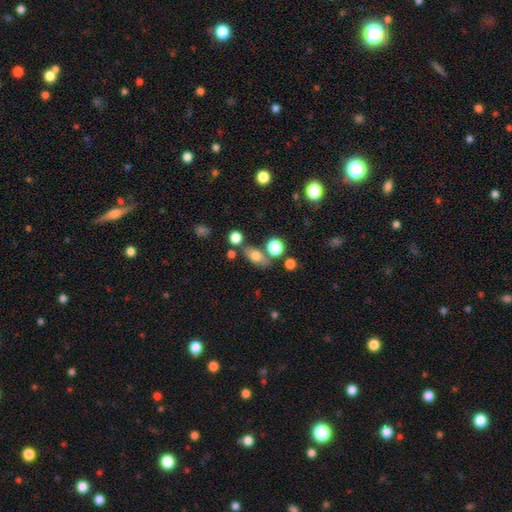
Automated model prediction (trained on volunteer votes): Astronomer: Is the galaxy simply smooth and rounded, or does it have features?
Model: smooth — 71%.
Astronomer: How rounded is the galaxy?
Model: in between — 73%.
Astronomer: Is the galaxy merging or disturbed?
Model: none — 66%.